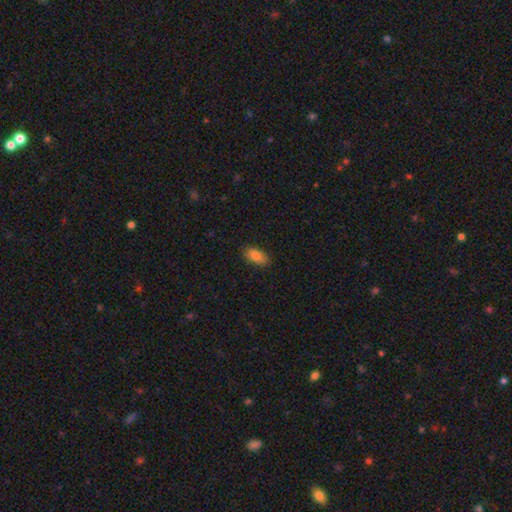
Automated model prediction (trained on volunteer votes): Morphology: type=smooth (87%); roundness=in between (91%); merging=none (88%).